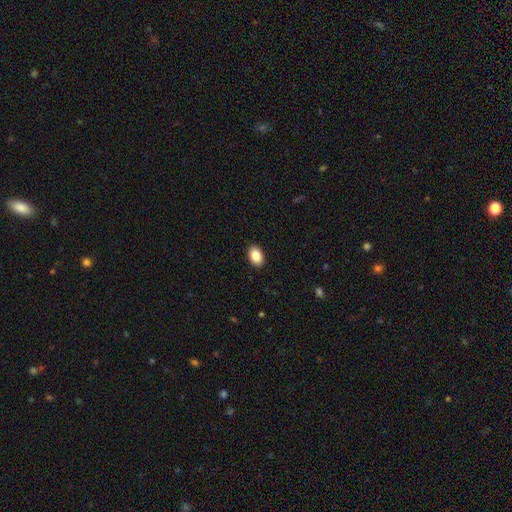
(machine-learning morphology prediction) smooth 87%, star or artifact 7%, featured or disk 6%. Down the decision tree: how rounded — in between (89%); merging — none (90%).